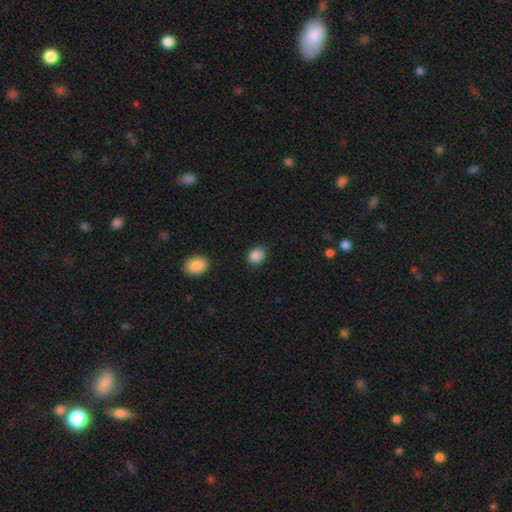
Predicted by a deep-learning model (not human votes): A smooth galaxy with no disk features (88%) that is in between round and cigar-shaped (51%).

Vote fractions:
- Smooth or featured? smooth: 88% / star or artifact: 9% / featured or disk: 3%
- How rounded? in between: 51% / round: 48% / cigar-shaped: 1%
- Merging? none: 83% / minor disturbance: 12% / major disturbance: 3% / merger: 2%